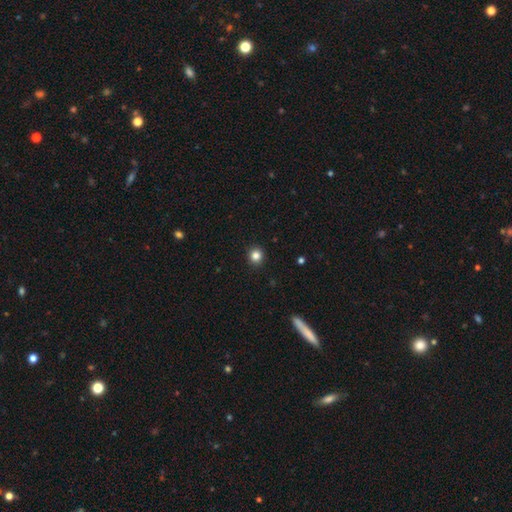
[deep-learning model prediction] Overall: smooth (84%). How rounded: round (91%). Merging: none (92%).